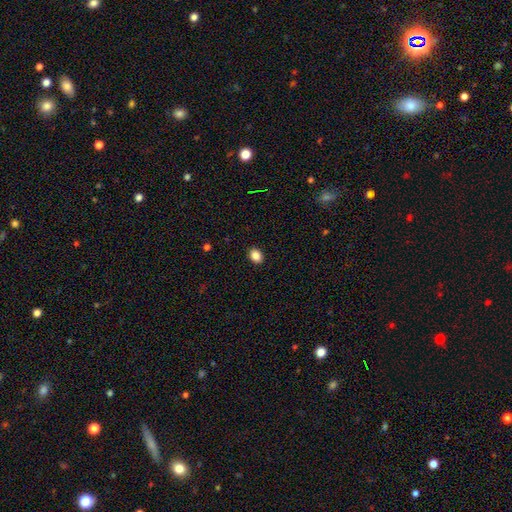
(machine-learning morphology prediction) The model was most divided on "how rounded": in between: 63%, round: 36%, cigar-shaped: 1%. More confident: merging — none (90%); smooth or featured — smooth (87%).